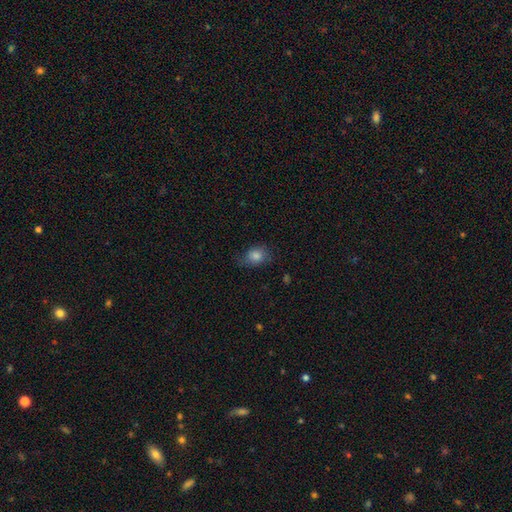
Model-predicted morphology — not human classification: A smooth galaxy with no disk features (80%) that is in between round and cigar-shaped (56%). Merging: none (66%).